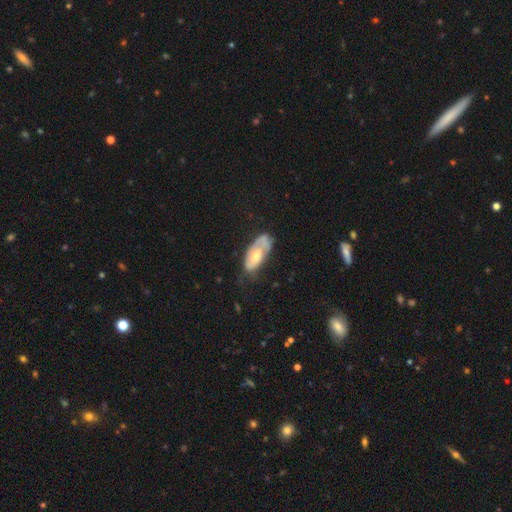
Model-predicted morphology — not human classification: type=featured or disk (53%); edge-on=no (89%); merging=none (42%).